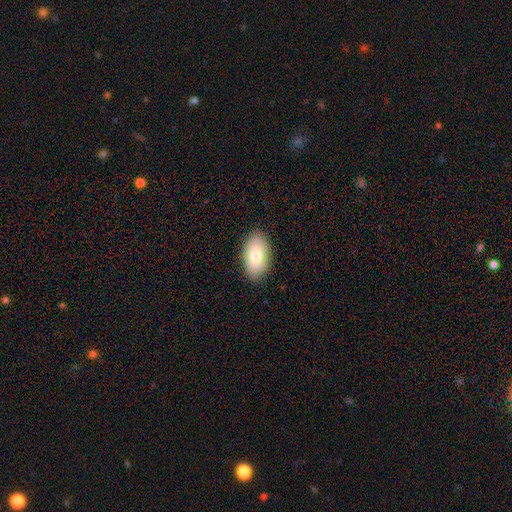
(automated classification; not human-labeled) A smooth galaxy with no disk features (78%) that is in between round and cigar-shaped (94%).

Vote fractions:
- Smooth or featured? smooth: 78% / featured or disk: 16% / star or artifact: 7%
- How rounded? in between: 94% / round: 5% / cigar-shaped: 1%
- Merging? none: 87% / minor disturbance: 10% / major disturbance: 2% / merger: 1%